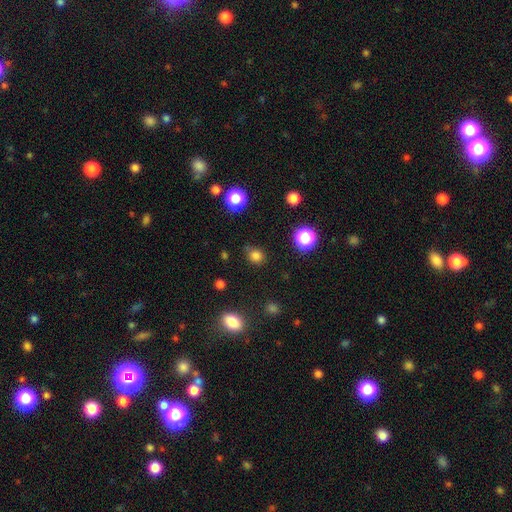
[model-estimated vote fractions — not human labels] Smooth or featured?
  - smooth: 78% *
  - star or artifact: 17%
  - featured or disk: 4%
How rounded?
  - round: 80% *
  - in between: 19%
  - cigar-shaped: 1%
Merging?
  - none: 79% *
  - minor disturbance: 14%
  - major disturbance: 4%
  - merger: 3%